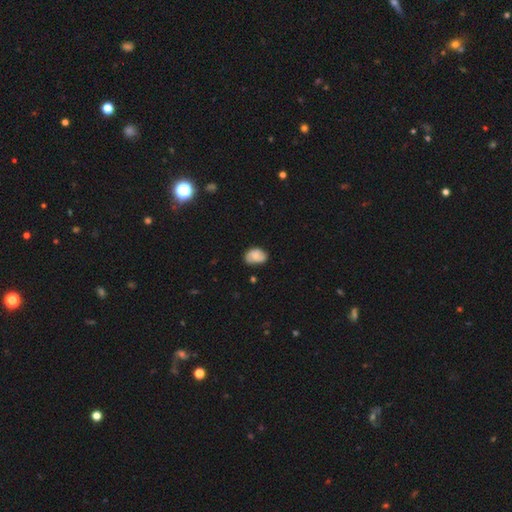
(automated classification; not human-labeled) Morphology: type=smooth (54%); roundness=in between (79%); merging=none (68%).